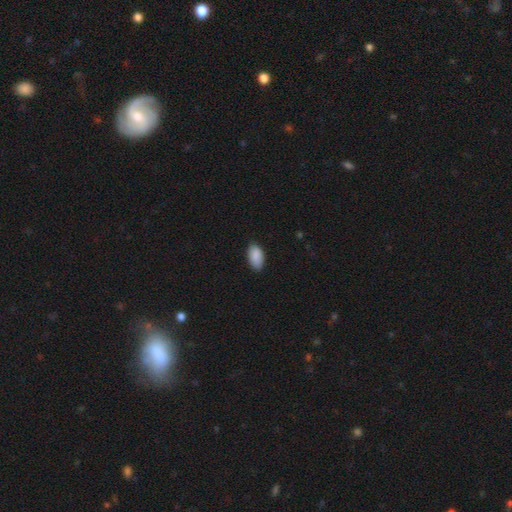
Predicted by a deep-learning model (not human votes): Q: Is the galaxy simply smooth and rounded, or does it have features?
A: smooth — 90%.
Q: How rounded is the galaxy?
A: in between — 95%.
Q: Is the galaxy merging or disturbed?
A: none — 82%.